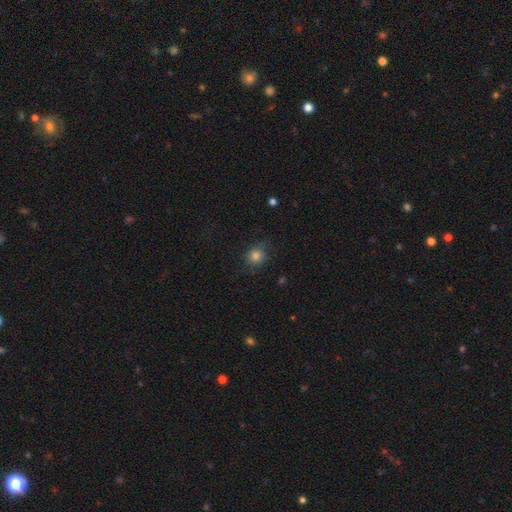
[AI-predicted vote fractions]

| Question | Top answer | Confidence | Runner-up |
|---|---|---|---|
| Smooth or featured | smooth | 80% | star or artifact (11%) |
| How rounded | round | 84% | in between (15%) |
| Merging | none | 70% | minor disturbance (20%) |